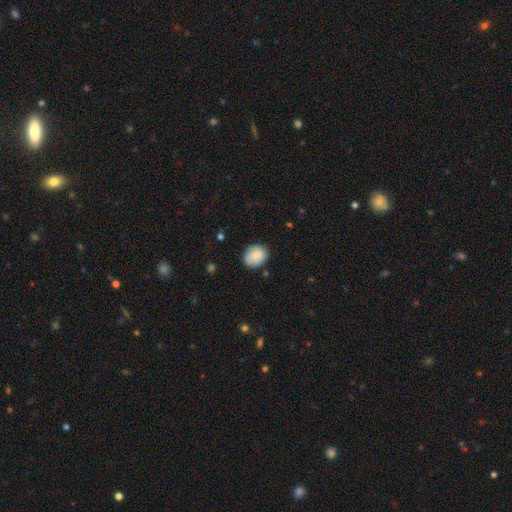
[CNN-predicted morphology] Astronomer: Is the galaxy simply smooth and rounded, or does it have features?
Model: smooth — 75%.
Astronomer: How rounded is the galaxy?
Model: round — 58% (runner-up: in between, 41%).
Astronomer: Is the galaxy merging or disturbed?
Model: none — 77%.